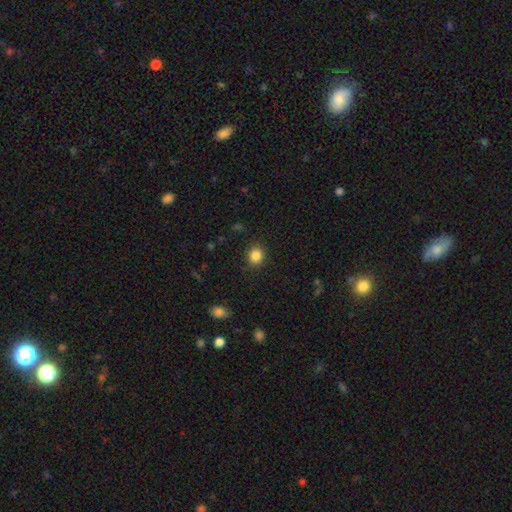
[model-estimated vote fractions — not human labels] A smooth galaxy with no disk features (86%) that is round (83%).

Vote fractions:
- Smooth or featured? smooth: 86% / star or artifact: 11% / featured or disk: 4%
- How rounded? round: 83% / in between: 16% / cigar-shaped: 1%
- Merging? none: 89% / minor disturbance: 8% / major disturbance: 2% / merger: 1%